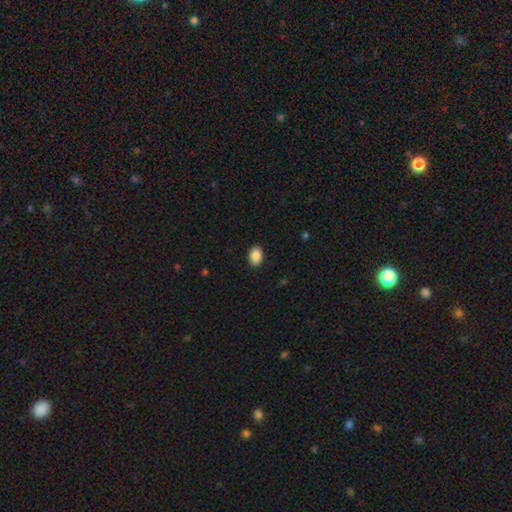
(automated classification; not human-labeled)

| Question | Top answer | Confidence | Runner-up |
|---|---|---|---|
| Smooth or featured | smooth | 89% | star or artifact (7%) |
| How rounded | in between | 84% | round (15%) |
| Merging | none | 90% | minor disturbance (7%) |